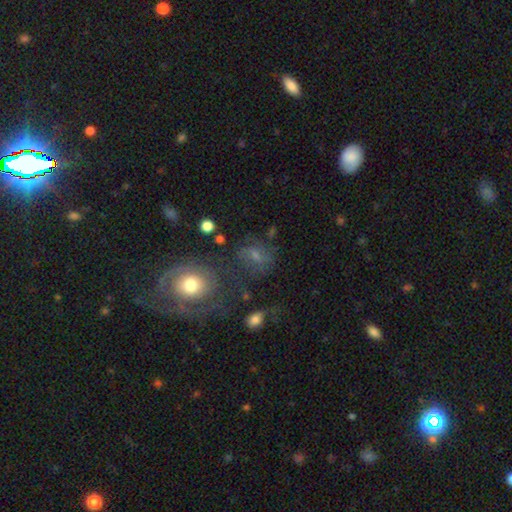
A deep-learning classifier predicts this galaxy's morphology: Smooth or featured?
  - smooth: 47% *
  - featured or disk: 36%
  - star or artifact: 17%
Merging?
  - none: 55% *
  - minor disturbance: 19%
  - major disturbance: 17%
  - merger: 9%